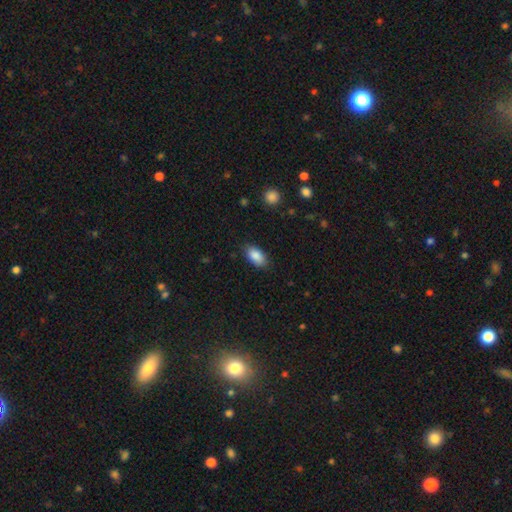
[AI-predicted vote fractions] Smooth or featured?
  - smooth: 88% *
  - star or artifact: 7%
  - featured or disk: 5%
How rounded?
  - in between: 93% *
  - round: 4%
  - cigar-shaped: 3%
Merging?
  - none: 85% *
  - minor disturbance: 11%
  - major disturbance: 3%
  - merger: 1%